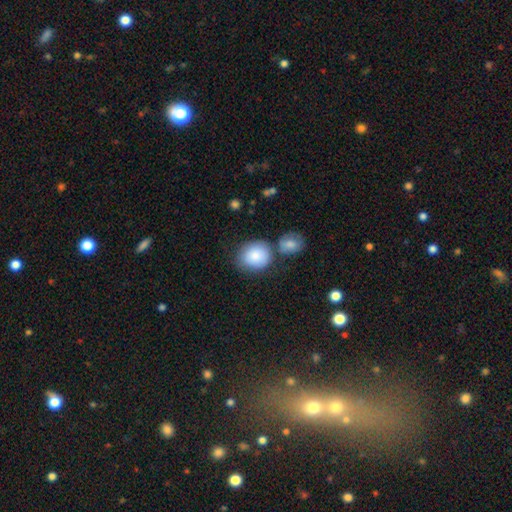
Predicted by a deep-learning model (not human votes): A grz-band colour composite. It shows a smooth galaxy with no disk features (86%) that is round (70%). Merging: none (60%).